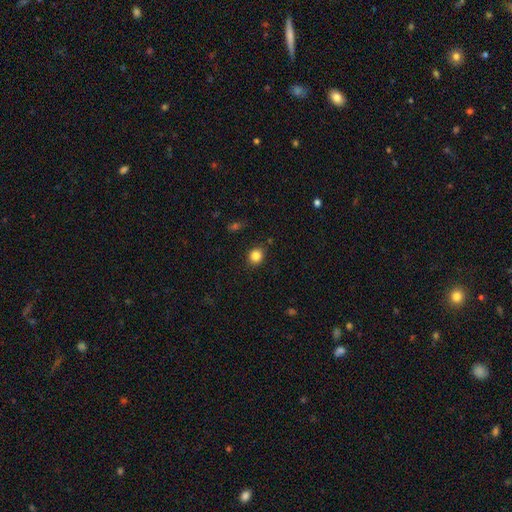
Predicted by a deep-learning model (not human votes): The model was most divided on "how rounded": round: 67%, in between: 32%, cigar-shaped: 1%. More confident: merging — none (87%); smooth or featured — smooth (84%).